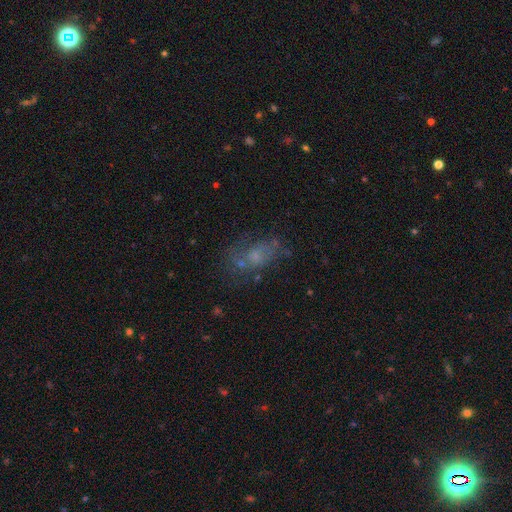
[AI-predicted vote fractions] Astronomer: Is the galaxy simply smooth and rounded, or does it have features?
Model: smooth — 42% (runner-up: featured or disk, 40%).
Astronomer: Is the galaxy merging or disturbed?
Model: none — 48%.